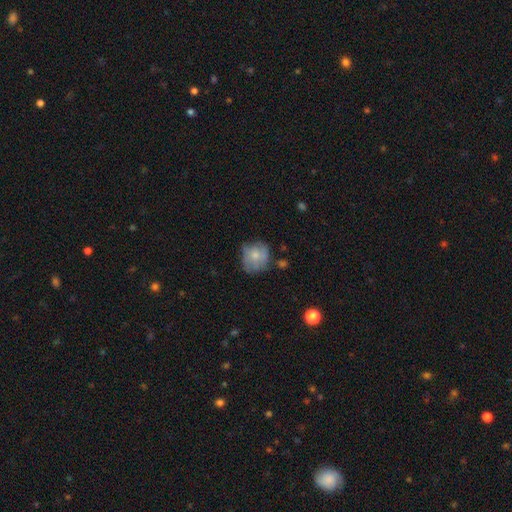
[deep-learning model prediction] Overall: smooth (62%; featured or disk 30%). How rounded: round (72%). Merging: none (54%; minor disturbance 30%).